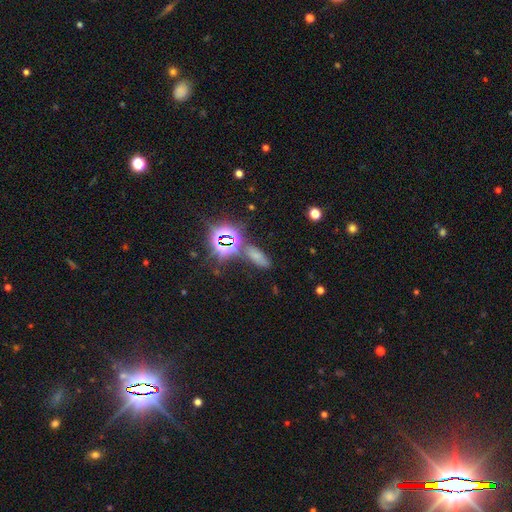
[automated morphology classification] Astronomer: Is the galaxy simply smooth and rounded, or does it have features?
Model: smooth — 53% (runner-up: star or artifact, 36%).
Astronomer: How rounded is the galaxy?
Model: in between — 68%.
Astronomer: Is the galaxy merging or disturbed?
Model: none — 70%.